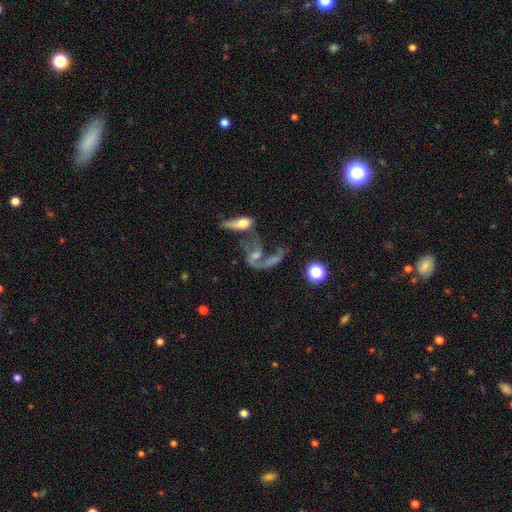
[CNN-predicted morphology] This appears to be a featured or disk galaxy (67%) with no bar (58%), spiral arms (72%) and a small central bulge (40%). Merging: merger (52%).